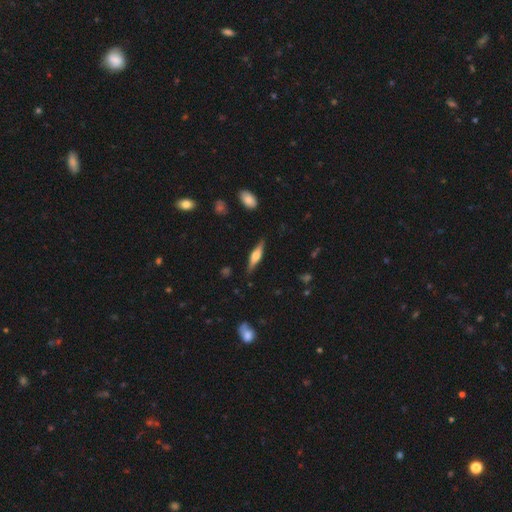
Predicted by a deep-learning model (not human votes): Smooth or featured?
  - featured or disk: 57% *
  - smooth: 37%
  - star or artifact: 6%
Edge-on disk?
  - yes: 96% *
  - no: 4%
Edge-on bulge?
  - rounded: 84% *
  - boxy: 13%
  - none: 3%
Merging?
  - none: 86% *
  - minor disturbance: 10%
  - major disturbance: 2%
  - merger: 1%